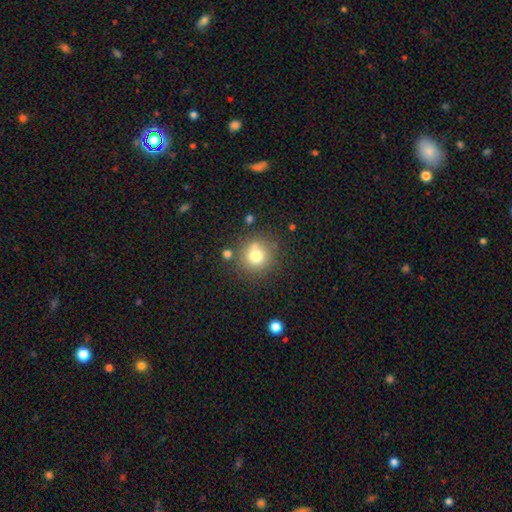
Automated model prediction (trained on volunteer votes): smooth_or_featured: smooth (p=0.74) [alt: star or artifact p=0.14]
how_rounded: round (p=0.92) [alt: in between p=0.07]
merging: none (p=0.73) [alt: merger p=0.12]